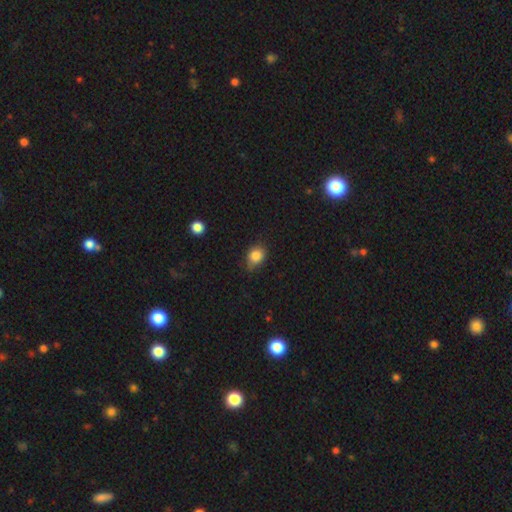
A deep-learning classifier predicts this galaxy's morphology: The model was most divided on "how rounded": round: 53%, in between: 46%, cigar-shaped: 1%. More confident: smooth or featured — smooth (84%); merging — none (68%).